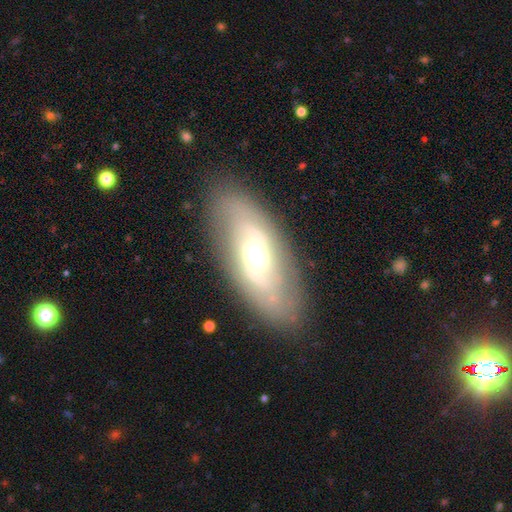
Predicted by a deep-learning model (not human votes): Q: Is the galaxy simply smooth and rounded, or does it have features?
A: featured or disk — 62%.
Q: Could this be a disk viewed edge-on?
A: no — 83%.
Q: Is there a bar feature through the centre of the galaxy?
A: no — 53%.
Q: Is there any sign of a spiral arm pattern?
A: yes — 52%.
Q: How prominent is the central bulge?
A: moderate — 65%.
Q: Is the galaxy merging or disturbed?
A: none — 83%.